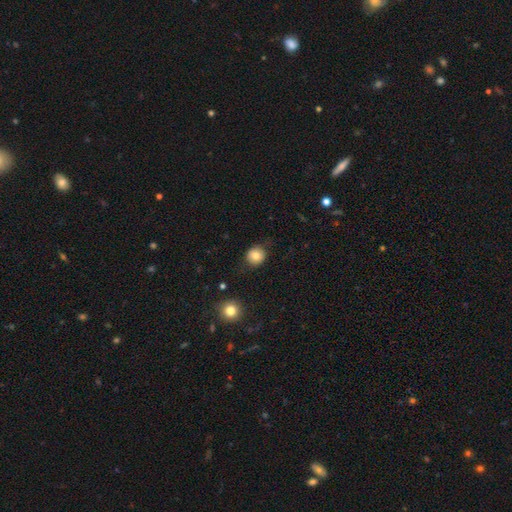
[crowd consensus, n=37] A smooth galaxy with no disk features (76%) that is round (96%).

Vote fractions:
- Smooth or featured? smooth: 76% / featured or disk: 19% / star or artifact: 5%
- How rounded? round: 96% / in between: 4% / cigar-shaped: 0%
- Merging? none: 83% / minor disturbance: 14% / merger: 3% / major disturbance: 0%